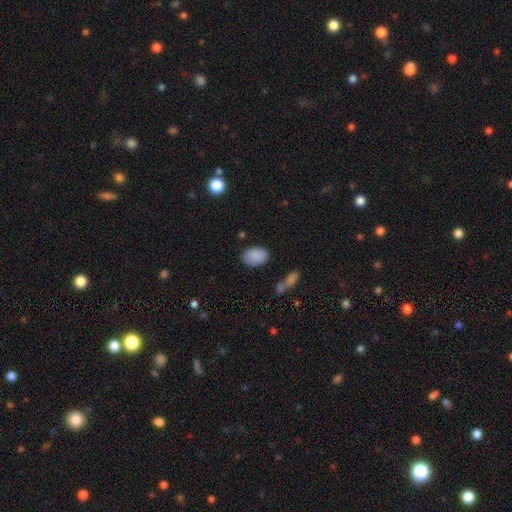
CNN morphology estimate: smooth-or-featured: smooth: 88% | star or artifact: 8% | featured or disk: 4%
  how-rounded: in between: 87% | round: 11% | cigar-shaped: 1%
  merging: none: 81% | minor disturbance: 13% | major disturbance: 3% | merger: 3%